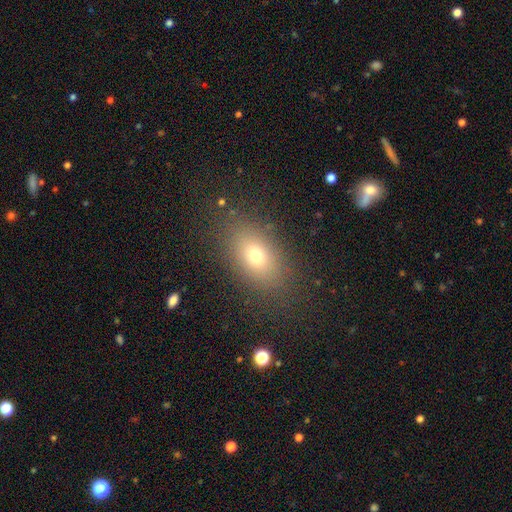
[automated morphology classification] type=smooth (71%); roundness=in between (83%); merging=none (84%).